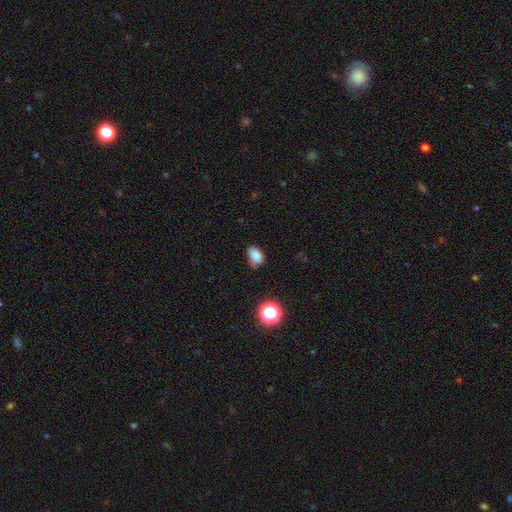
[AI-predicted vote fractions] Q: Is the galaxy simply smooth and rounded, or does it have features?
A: smooth — 83%.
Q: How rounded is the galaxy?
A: in between — 80%.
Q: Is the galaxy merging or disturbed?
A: none — 56%.